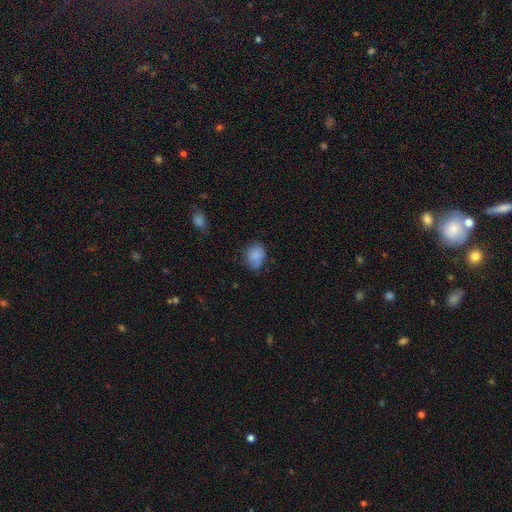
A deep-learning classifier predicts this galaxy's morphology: Smooth or featured?
  - smooth: 85% *
  - star or artifact: 9%
  - featured or disk: 6%
How rounded?
  - in between: 54% *
  - round: 45%
  - cigar-shaped: 1%
Merging?
  - none: 66% *
  - minor disturbance: 26%
  - major disturbance: 6%
  - merger: 2%